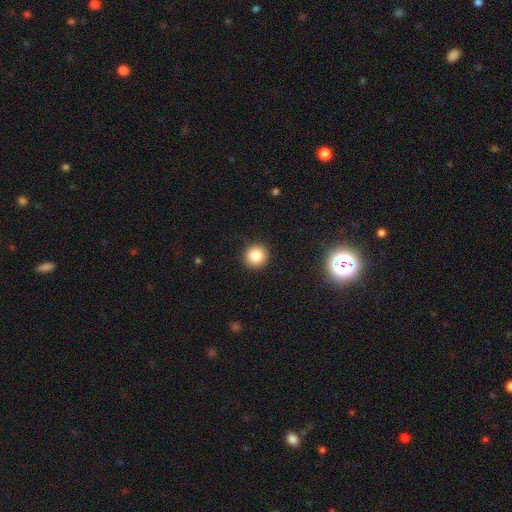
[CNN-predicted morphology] Q: Smooth or featured?
A: smooth (83%); runner-up: star or artifact (11%)
Q: How rounded?
A: round (94%); runner-up: in between (5%)
Q: Merging?
A: none (92%); runner-up: minor disturbance (5%)